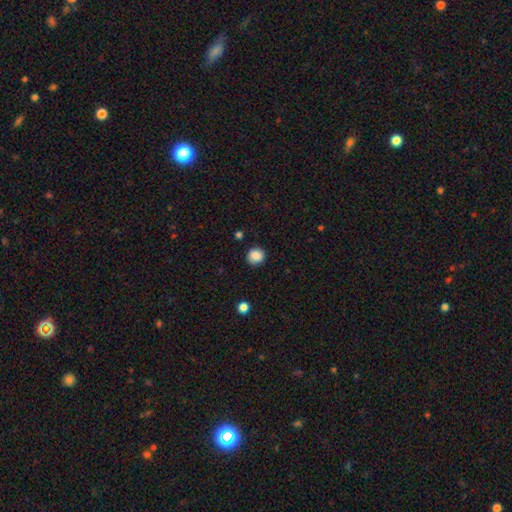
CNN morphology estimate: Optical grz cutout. It shows a smooth galaxy with no disk features (87%) that is round (88%). Merging: none (89%).